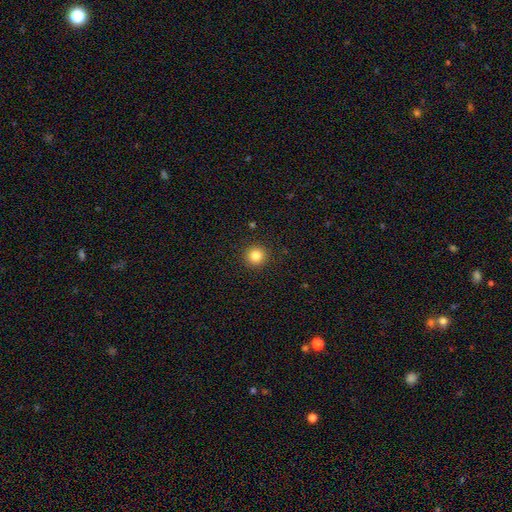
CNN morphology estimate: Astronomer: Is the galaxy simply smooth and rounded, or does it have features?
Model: smooth — 83%.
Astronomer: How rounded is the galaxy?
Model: round — 94%.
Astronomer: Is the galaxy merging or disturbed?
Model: none — 92%.